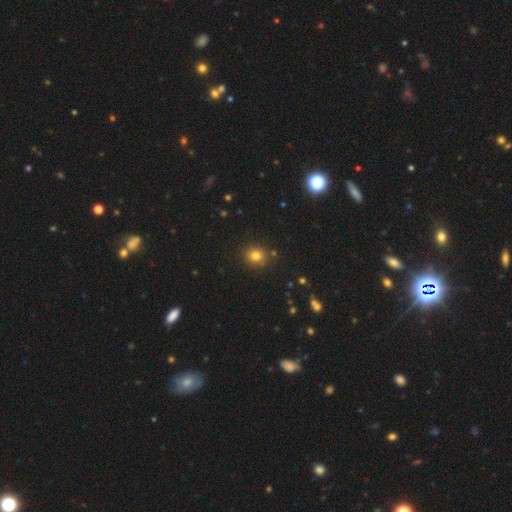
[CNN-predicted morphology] smooth 79%, star or artifact 15%, featured or disk 7%. Down the decision tree: how rounded — round (81%); merging — none (86%).